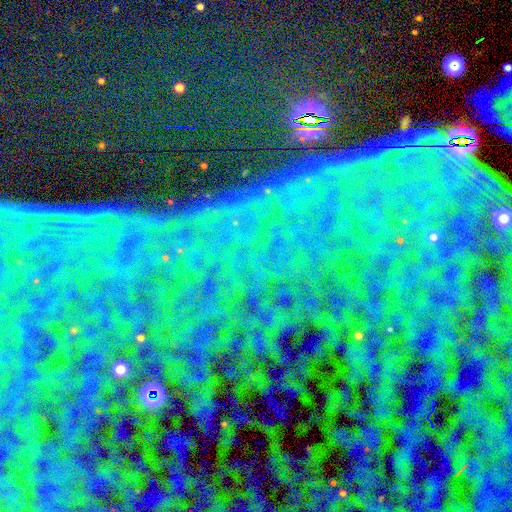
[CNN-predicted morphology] Overall: star or artifact (84%).